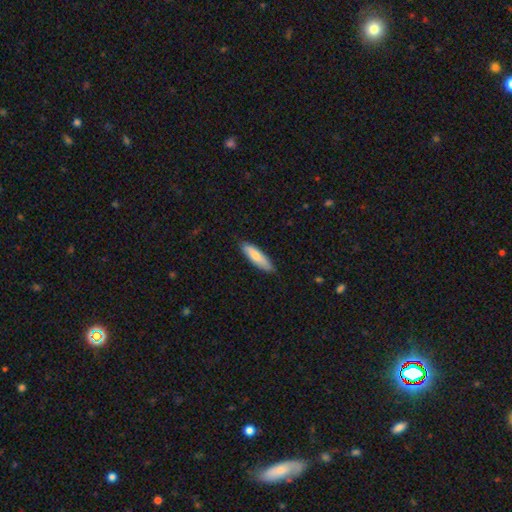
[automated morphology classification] Overall: smooth (78%). How rounded: cigar-shaped (60%; in between 39%). Merging: none (84%).